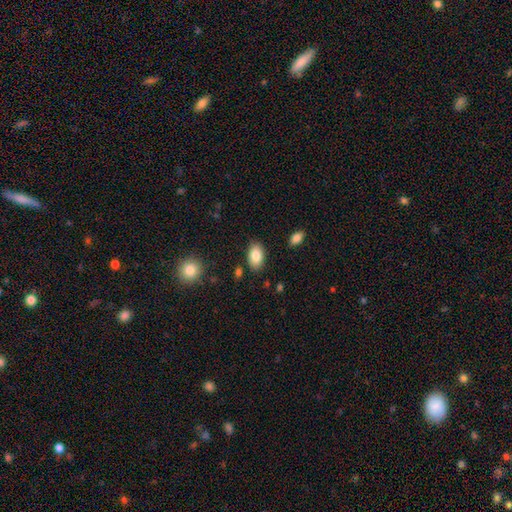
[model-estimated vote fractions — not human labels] Smooth or featured?
  - smooth: 85% *
  - featured or disk: 8%
  - star or artifact: 7%
How rounded?
  - in between: 93% *
  - round: 6%
  - cigar-shaped: 1%
Merging?
  - none: 85% *
  - minor disturbance: 10%
  - major disturbance: 2%
  - merger: 2%